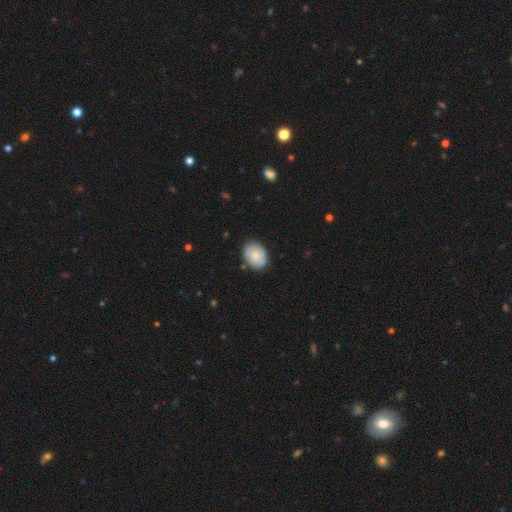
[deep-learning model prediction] smooth 65%, featured or disk 29%, star or artifact 7%. Down the decision tree: how rounded — in between (56%); merging — none (81%).